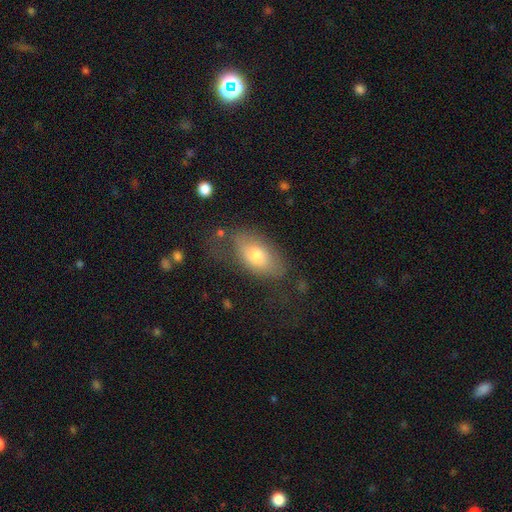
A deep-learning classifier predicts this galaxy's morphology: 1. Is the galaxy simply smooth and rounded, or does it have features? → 71% smooth, 21% featured or disk, 8% star or artifact.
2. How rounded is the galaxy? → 89% in between, 7% round, 4% cigar-shaped.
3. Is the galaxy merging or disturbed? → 61% none, 23% minor disturbance, 13% major disturbance, 3% merger.